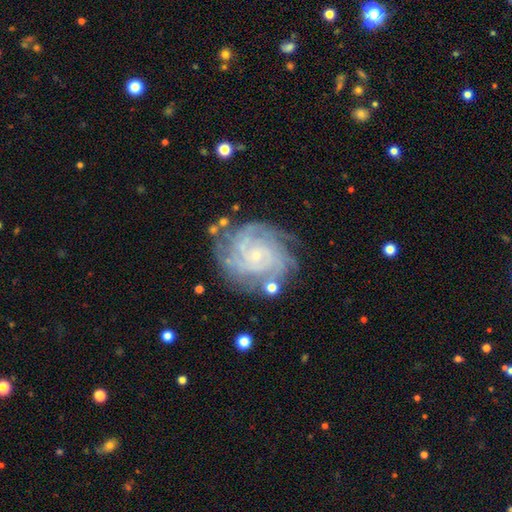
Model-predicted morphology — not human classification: Smooth or featured: featured or disk — 88% (star or artifact — 7%)
Edge-on disk: no — 98% (yes — 2%)
Bar: no — 76% (weak — 19%)
Spiral arms: yes — 98% (no — 2%)
Spiral winding: tight — 78% (medium — 19%)
Spiral arm count: 4 — 28% (can't tell — 22%)
Bulge size: small — 86% (moderate — 10%)
Merging: none — 74% (minor disturbance — 17%)